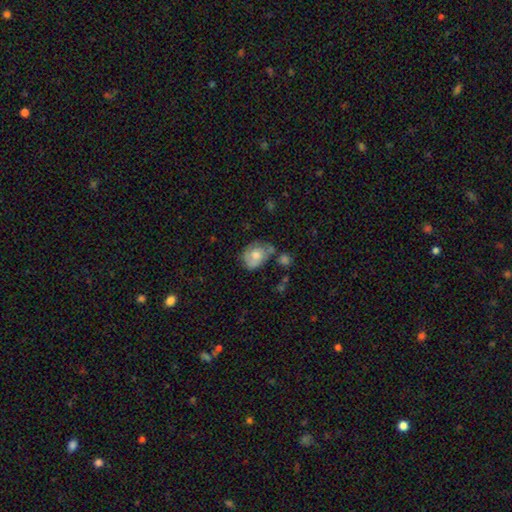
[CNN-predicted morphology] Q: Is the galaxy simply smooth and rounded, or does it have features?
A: smooth — 63%.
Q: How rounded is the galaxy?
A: in between — 59%.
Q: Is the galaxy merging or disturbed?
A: none — 42%.